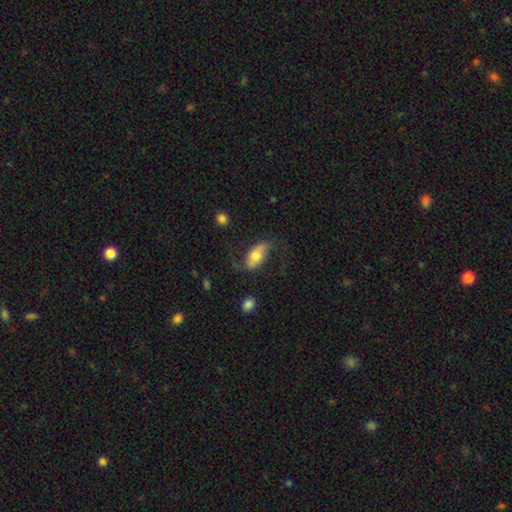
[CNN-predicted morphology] smooth-or-featured: smooth: 52% | featured or disk: 42% | star or artifact: 7%
  how-rounded: in between: 89% | cigar-shaped: 6% | round: 5%
  merging: none: 62% | minor disturbance: 20% | major disturbance: 15% | merger: 2%